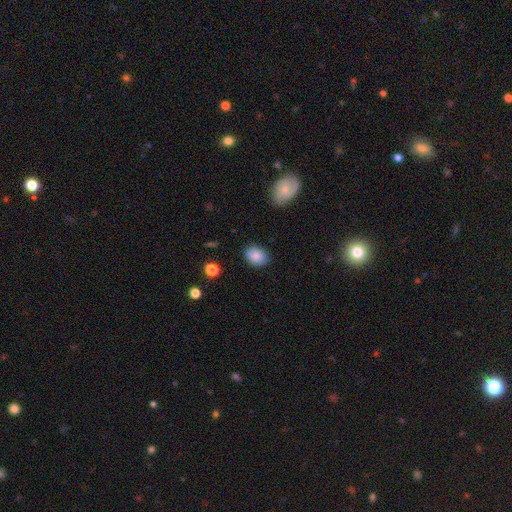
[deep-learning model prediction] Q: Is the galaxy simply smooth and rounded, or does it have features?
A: smooth — 87%.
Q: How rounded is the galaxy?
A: in between — 61%.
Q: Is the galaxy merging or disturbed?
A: none — 85%.